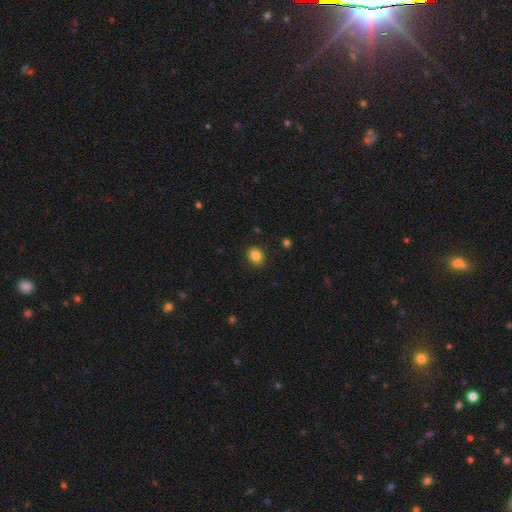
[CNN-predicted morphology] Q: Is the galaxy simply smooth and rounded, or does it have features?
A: smooth — 85%.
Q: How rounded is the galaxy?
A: round — 67%.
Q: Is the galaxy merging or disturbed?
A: none — 89%.